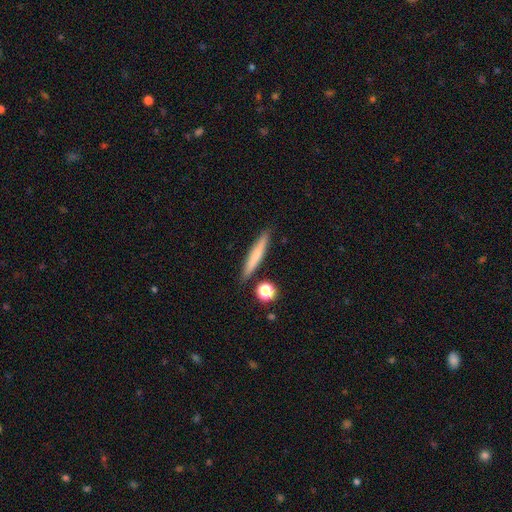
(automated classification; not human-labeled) smooth-or-featured: smooth: 64% | featured or disk: 29% | star or artifact: 7%
  how-rounded: cigar-shaped: 93% | in between: 5% | round: 2%
  merging: none: 86% | minor disturbance: 8% | merger: 4% | major disturbance: 2%